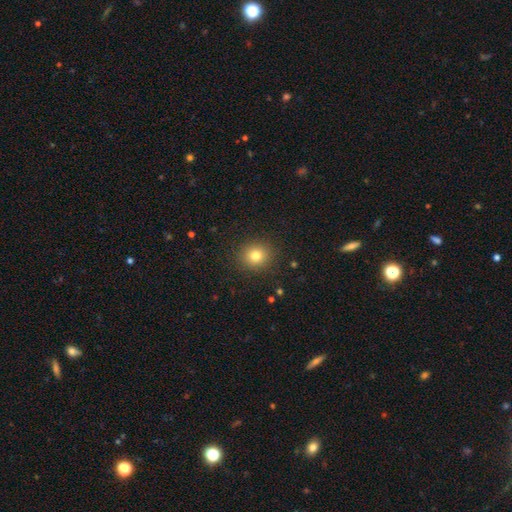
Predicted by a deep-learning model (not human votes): Morphology: type=smooth (79%); roundness=round (84%); merging=none (90%).